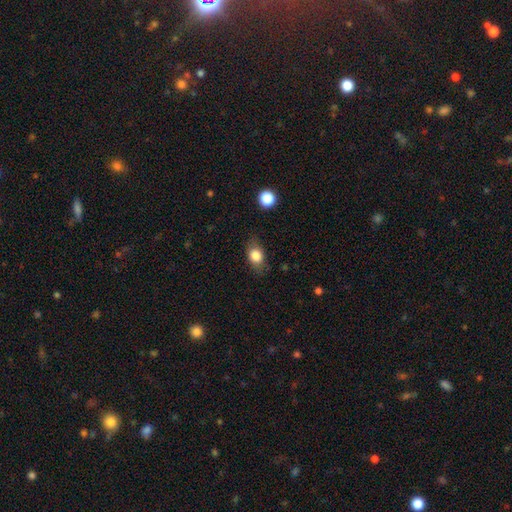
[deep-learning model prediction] This appears to be a smooth galaxy with no disk features (81%) that is in between round and cigar-shaped (70%). Merging: none (76%).